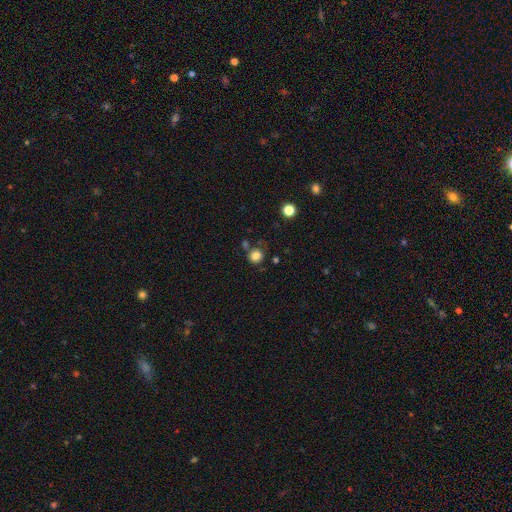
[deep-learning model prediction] This appears to be a smooth galaxy with no disk features (82%) that is round (89%). Merging: none (72%).